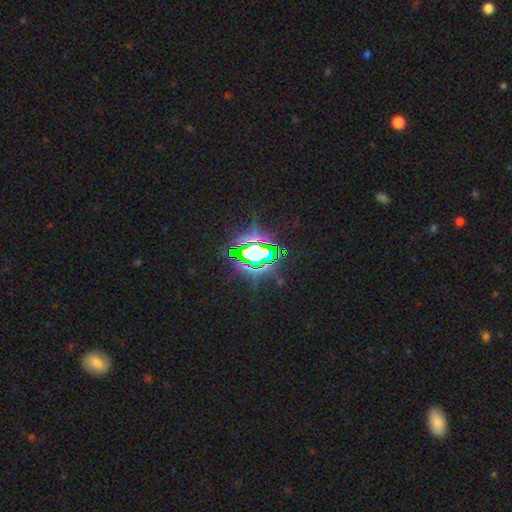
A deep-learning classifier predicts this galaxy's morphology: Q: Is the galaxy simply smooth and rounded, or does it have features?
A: star or artifact — 76%.